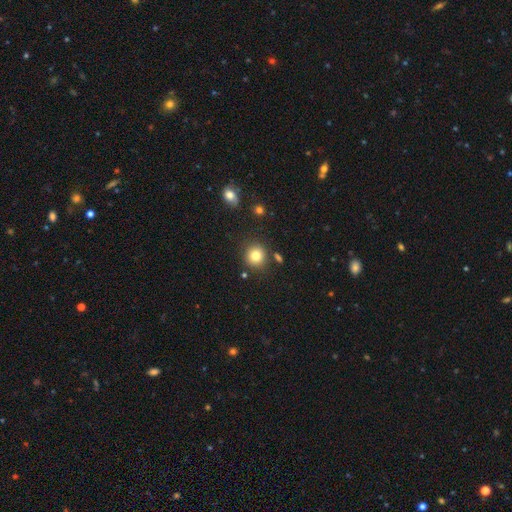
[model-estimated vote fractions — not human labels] This appears to be a smooth galaxy with no disk features (82%) that is round (89%). Merging: none (84%).